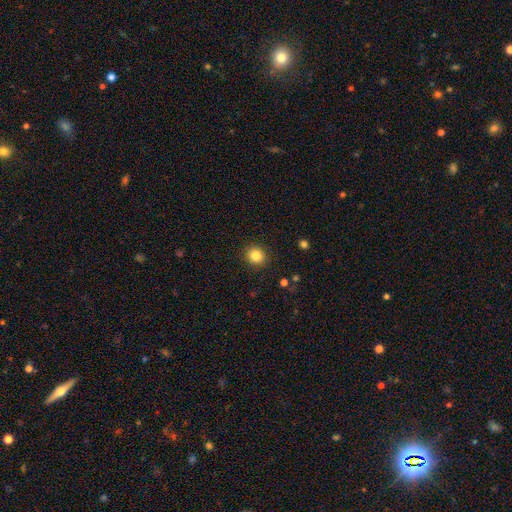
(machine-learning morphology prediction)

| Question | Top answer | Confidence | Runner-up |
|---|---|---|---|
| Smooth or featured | smooth | 85% | star or artifact (10%) |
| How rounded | round | 85% | in between (14%) |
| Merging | none | 91% | minor disturbance (6%) |